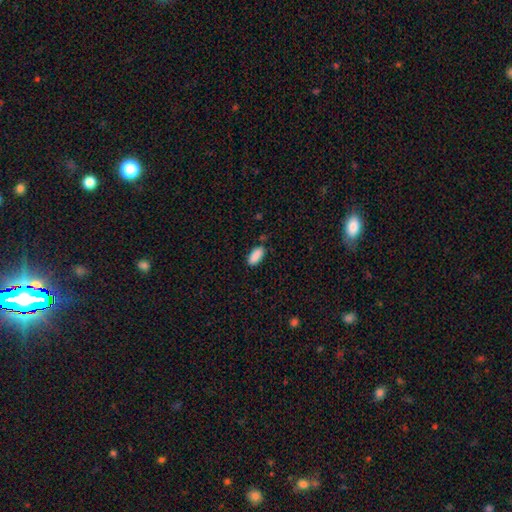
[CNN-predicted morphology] Overall: smooth (89%). How rounded: in between (87%). Merging: none (81%).